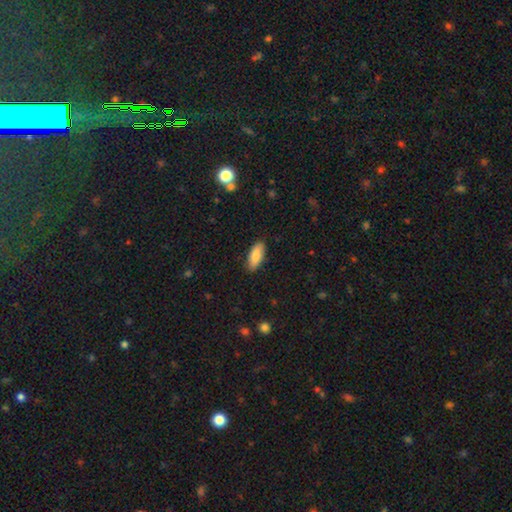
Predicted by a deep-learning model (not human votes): This is clearly a smooth galaxy (84%). How rounded: clearly in between (81%). Merging: clearly none (87%).